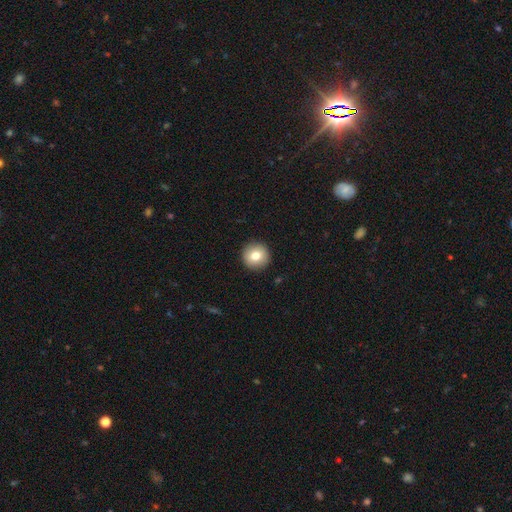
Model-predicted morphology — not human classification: Q: Smooth or featured?
A: smooth (79%); runner-up: featured or disk (13%)
Q: How rounded?
A: round (96%); runner-up: in between (3%)
Q: Merging?
A: none (93%); runner-up: minor disturbance (5%)